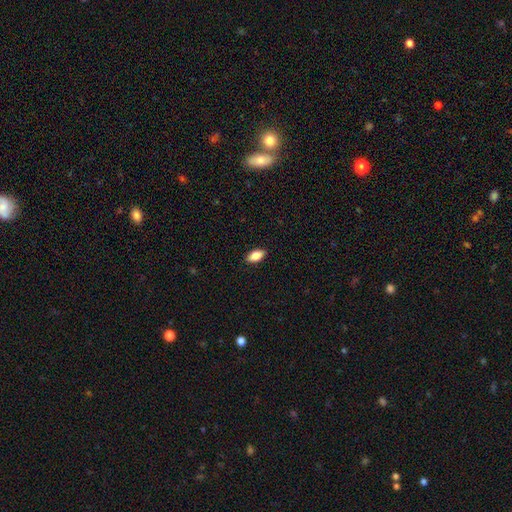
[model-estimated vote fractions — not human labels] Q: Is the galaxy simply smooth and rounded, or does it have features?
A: smooth — 83%.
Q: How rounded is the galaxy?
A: in between — 91%.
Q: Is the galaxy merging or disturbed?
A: none — 89%.